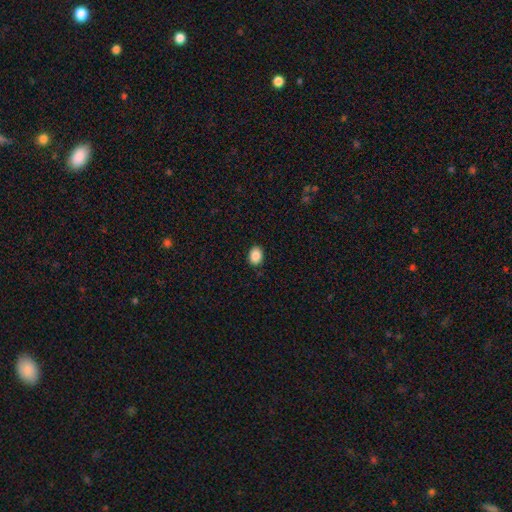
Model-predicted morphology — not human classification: Smooth or featured? smooth (89%)
How rounded? in between (68%)
Merging? none (89%)